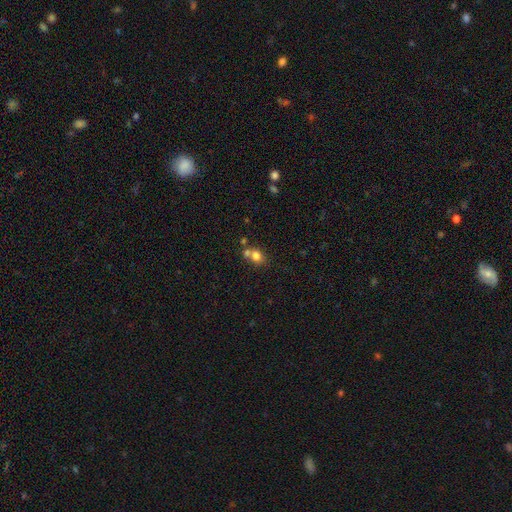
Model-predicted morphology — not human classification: Q: Smooth or featured?
A: smooth (78%); runner-up: star or artifact (12%)
Q: How rounded?
A: round (64%); runner-up: in between (35%)
Q: Merging?
A: none (47%); runner-up: merger (40%)